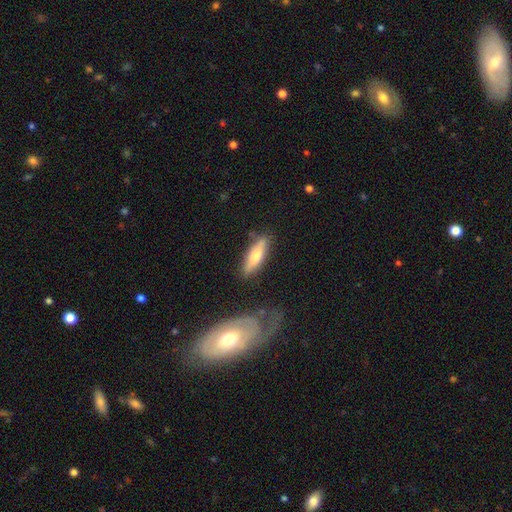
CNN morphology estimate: Smooth or featured? Predicted: smooth (p=0.59). How rounded? Predicted: cigar-shaped (p=0.61). Merging? Predicted: none (p=0.74).